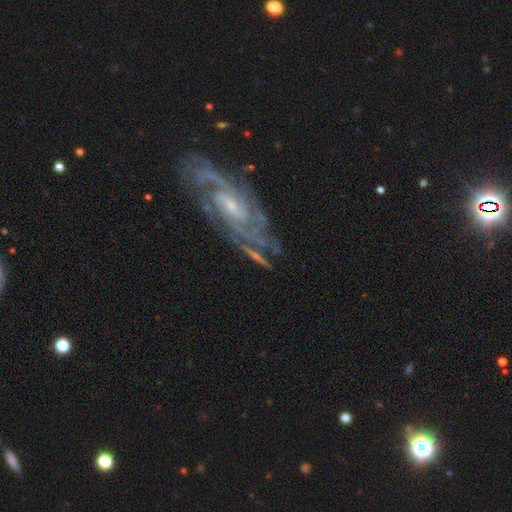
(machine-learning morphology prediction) This is clearly a featured or disk galaxy (81%). It is clearly not viewed edge-on (92%). Bar: marginally no (43%). Spiral arm pattern: clearly yes (94%). Spiral arm count: marginally 2 (33%). Spiral winding: possibly tight (57%). Central bulge: possibly small (53%). Merging: likely none (62%).